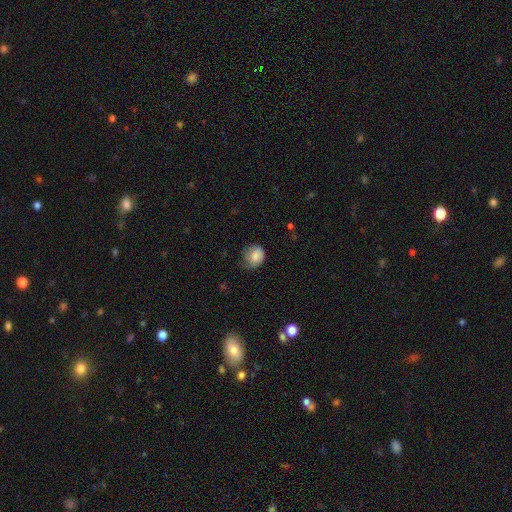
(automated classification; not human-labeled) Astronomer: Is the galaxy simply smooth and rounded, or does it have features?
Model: smooth — 81%.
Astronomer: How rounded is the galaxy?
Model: round — 70%.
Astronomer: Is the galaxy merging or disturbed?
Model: none — 47% (runner-up: minor disturbance, 37%).